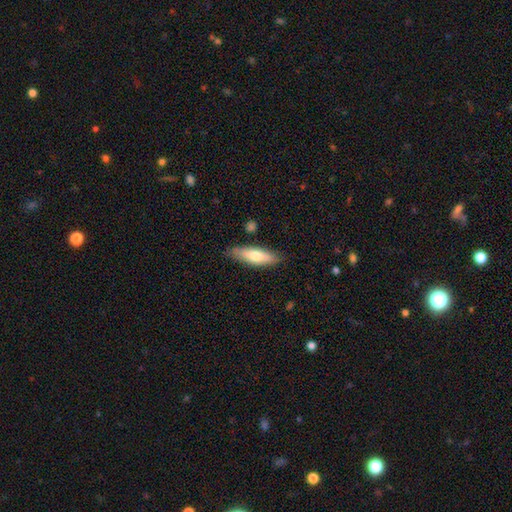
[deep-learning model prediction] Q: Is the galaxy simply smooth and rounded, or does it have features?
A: smooth — 68%.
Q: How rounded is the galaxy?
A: cigar-shaped — 54%.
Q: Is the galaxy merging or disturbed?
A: none — 83%.